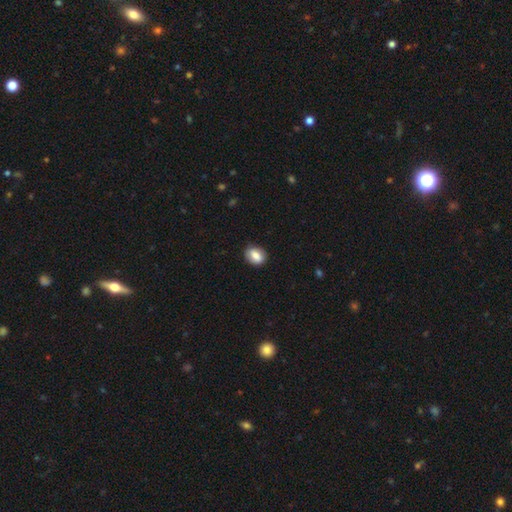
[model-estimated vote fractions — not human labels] This is clearly a smooth galaxy (80%). How rounded: likely in between (64%). Merging: clearly none (85%).